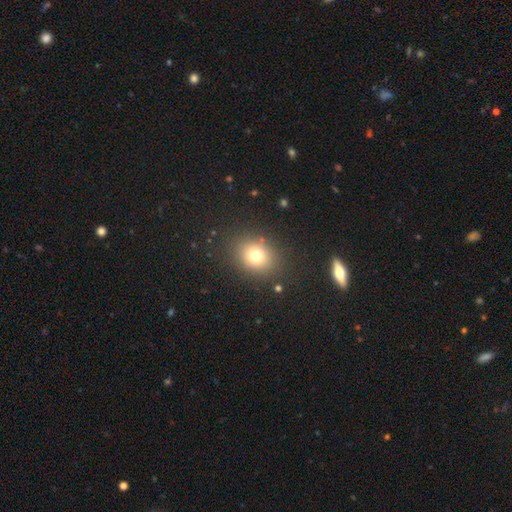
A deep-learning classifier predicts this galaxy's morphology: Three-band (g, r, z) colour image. It shows a smooth galaxy with no disk features (74%) that is round (62%). Merging: none (86%).